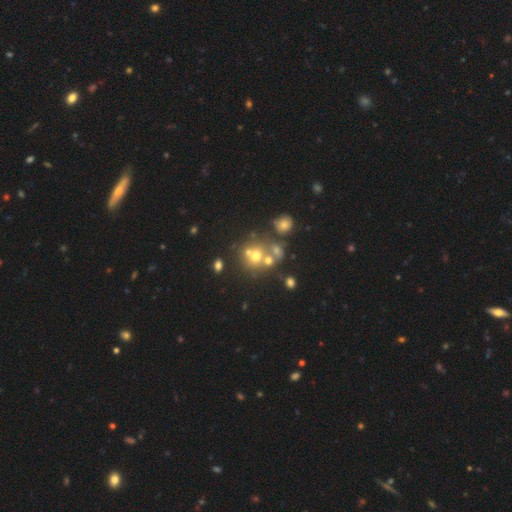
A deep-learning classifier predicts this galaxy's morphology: Smooth or featured? Predicted: smooth (p=0.54). How rounded? Predicted: round (p=0.81). Merging? Predicted: none (p=0.46).